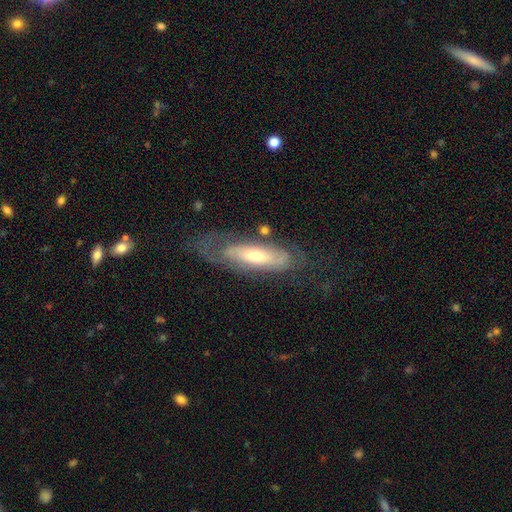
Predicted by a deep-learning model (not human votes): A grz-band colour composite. It shows a featured or disk galaxy (63%). Merging: none (58%).